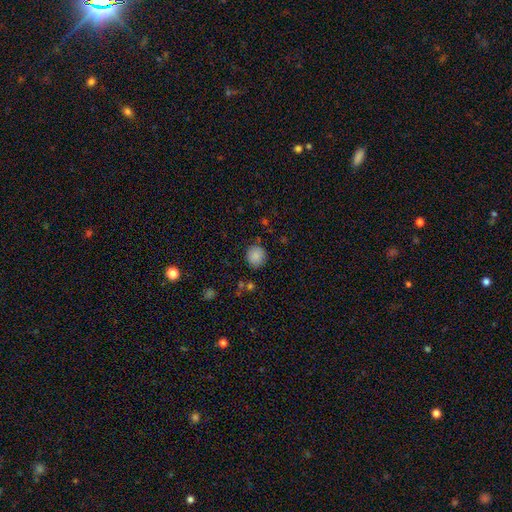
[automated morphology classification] Smooth or featured? smooth (86%)
How rounded? round (89%)
Merging? none (85%)